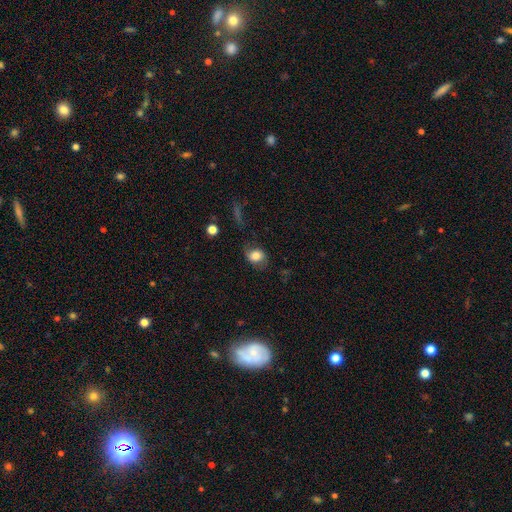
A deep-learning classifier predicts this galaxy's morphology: Overall: smooth (75%). How rounded: in between (51%; round 47%). Merging: none (65%).